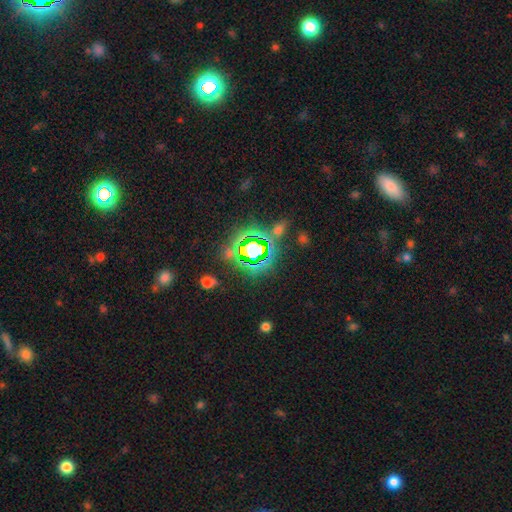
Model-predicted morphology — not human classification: Smooth or featured: star or artifact — 71% (smooth — 18%)